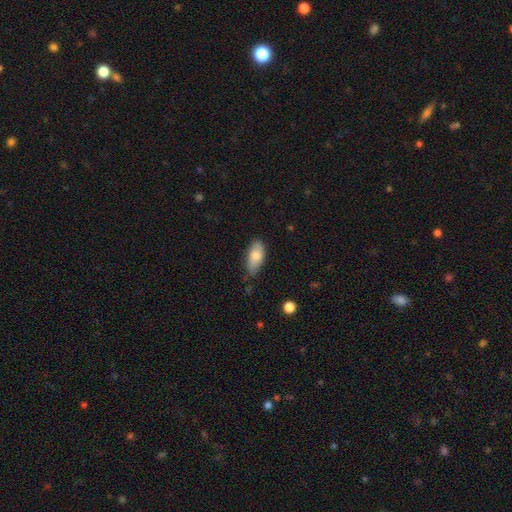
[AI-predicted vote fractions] Overall: smooth (80%). How rounded: in between (88%). Merging: none (65%; minor disturbance 28%).